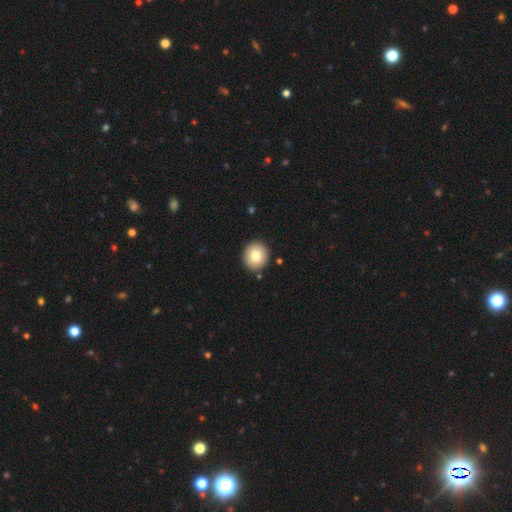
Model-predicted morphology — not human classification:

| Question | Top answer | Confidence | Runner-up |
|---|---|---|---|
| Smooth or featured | smooth | 81% | featured or disk (11%) |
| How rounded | round | 87% | in between (12%) |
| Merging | none | 90% | minor disturbance (6%) |